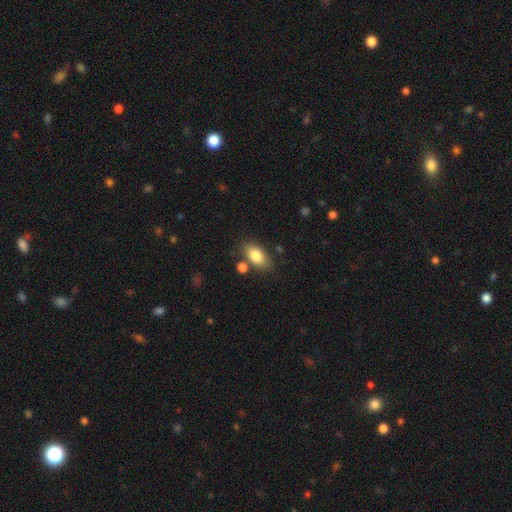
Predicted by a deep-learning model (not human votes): smooth_or_featured: smooth (p=0.82) [alt: featured or disk p=0.10]
how_rounded: in between (p=0.88) [alt: round p=0.08]
merging: none (p=0.74) [alt: minor disturbance p=0.13]